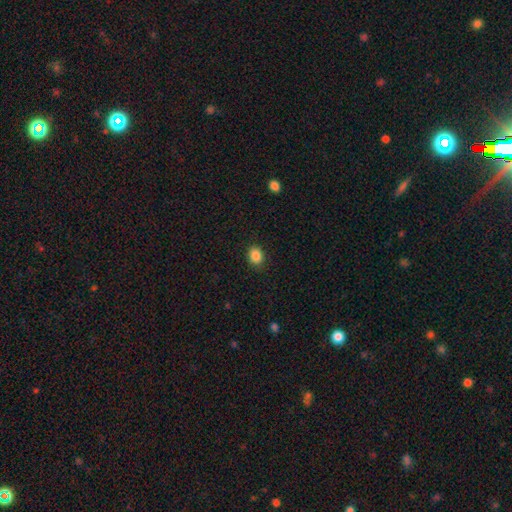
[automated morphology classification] A smooth galaxy with no disk features (86%) that is round (50%). Merging: none (89%).